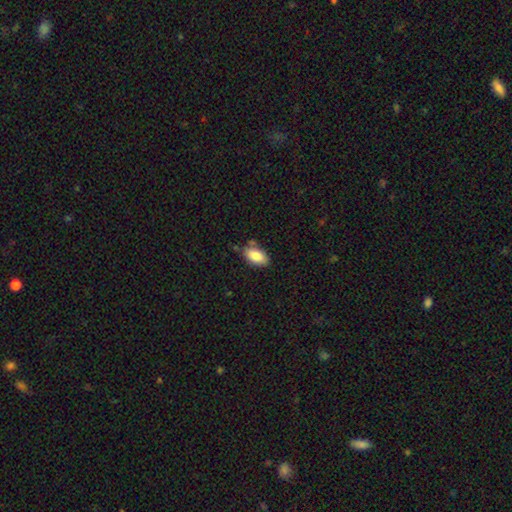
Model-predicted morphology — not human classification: Overall: smooth (85%). How rounded: in between (93%). Merging: none (72%).